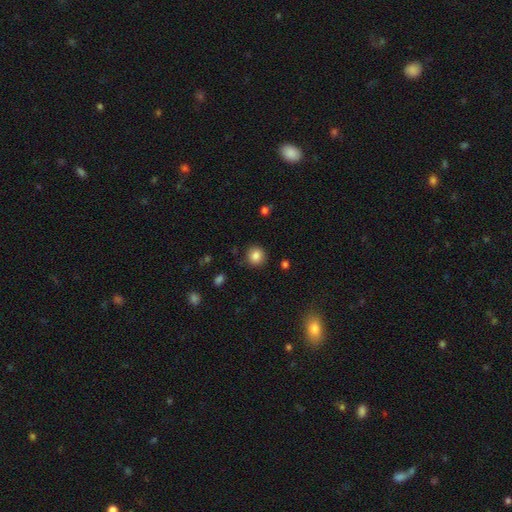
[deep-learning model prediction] A smooth galaxy with no disk features (85%) that is round (91%).

Vote fractions:
- Smooth or featured? smooth: 85% / star or artifact: 10% / featured or disk: 5%
- How rounded? round: 91% / in between: 8% / cigar-shaped: 1%
- Merging? none: 88% / minor disturbance: 8% / major disturbance: 2% / merger: 2%